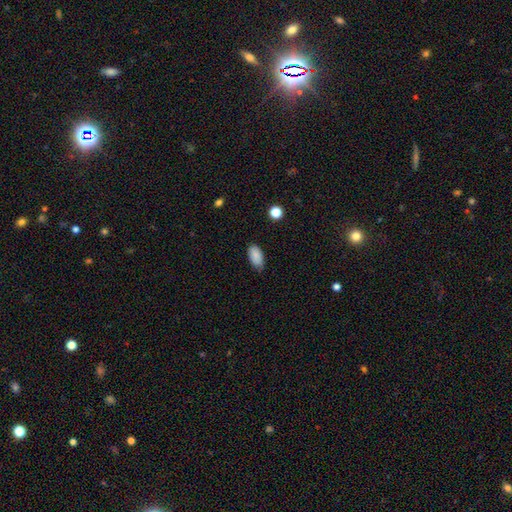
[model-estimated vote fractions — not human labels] Smooth or featured? Predicted: smooth (p=0.86). How rounded? Predicted: in between (p=0.94). Merging? Predicted: none (p=0.73).